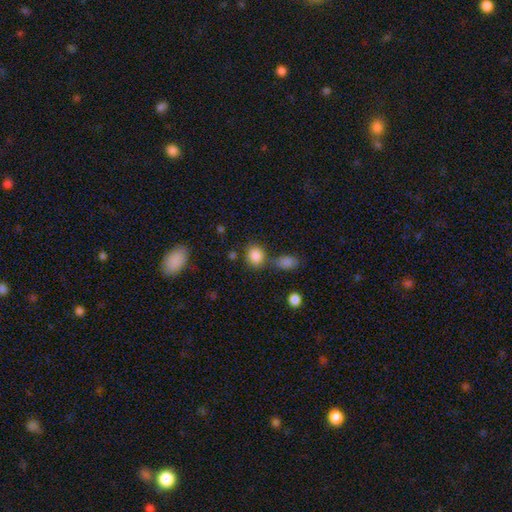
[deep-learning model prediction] Smooth or featured: smooth — 85% (star or artifact — 10%)
How rounded: round — 67% (in between — 32%)
Merging: none — 65% (merger — 17%)